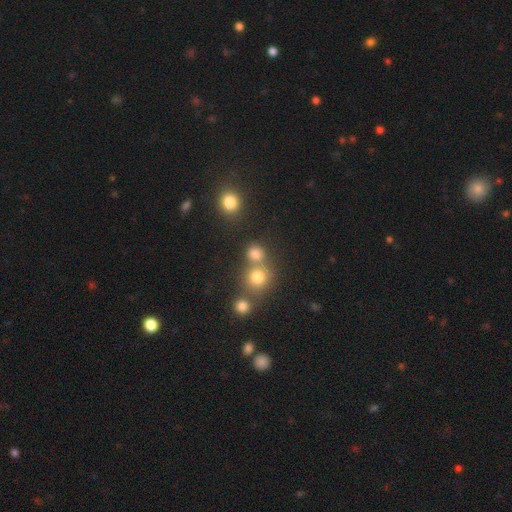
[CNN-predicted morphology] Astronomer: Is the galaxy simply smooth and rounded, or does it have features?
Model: smooth — 69%.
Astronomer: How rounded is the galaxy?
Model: round — 87%.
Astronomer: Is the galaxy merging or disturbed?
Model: none — 58%.